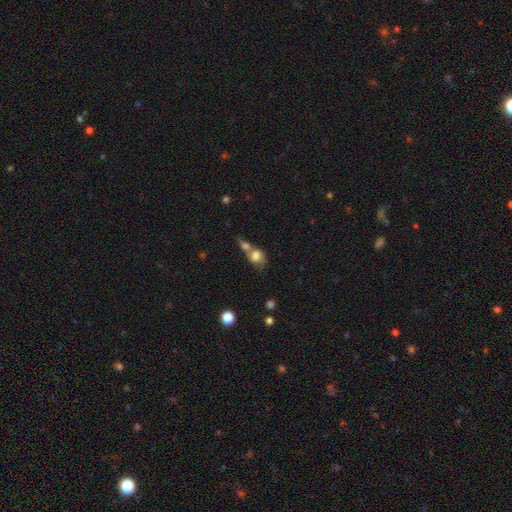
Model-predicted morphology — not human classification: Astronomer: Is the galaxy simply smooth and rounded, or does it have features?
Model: smooth — 72%.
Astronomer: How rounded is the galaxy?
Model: round — 55% (runner-up: in between, 43%).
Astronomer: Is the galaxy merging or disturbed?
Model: merger — 63%.